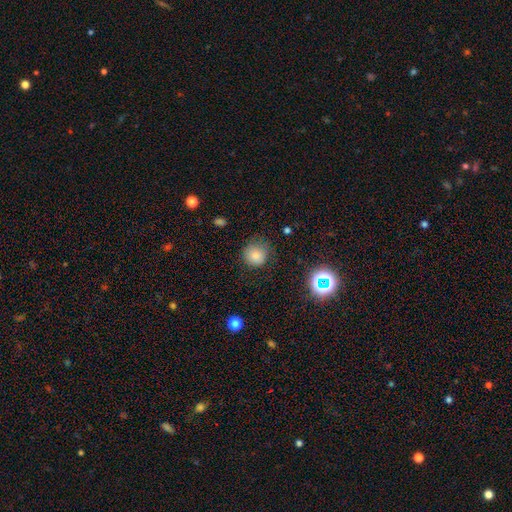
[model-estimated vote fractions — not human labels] Morphology: type=smooth (78%); roundness=round (91%); merging=none (73%).